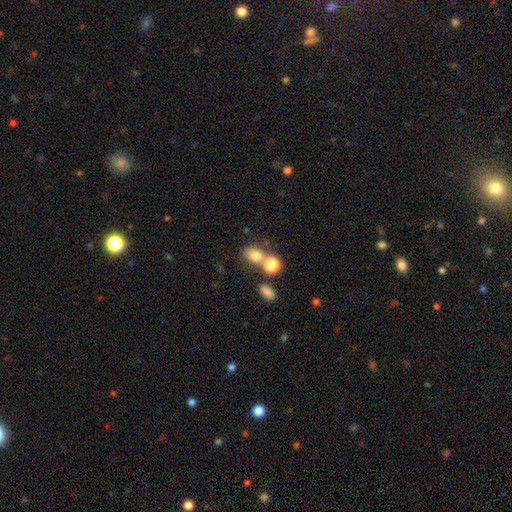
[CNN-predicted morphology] The model was most divided on "how rounded" (2-way tie): round: 49%, in between: 49%, cigar-shaped: 2%. Remaining: smooth or featured — smooth (77%); merging — none (47%).